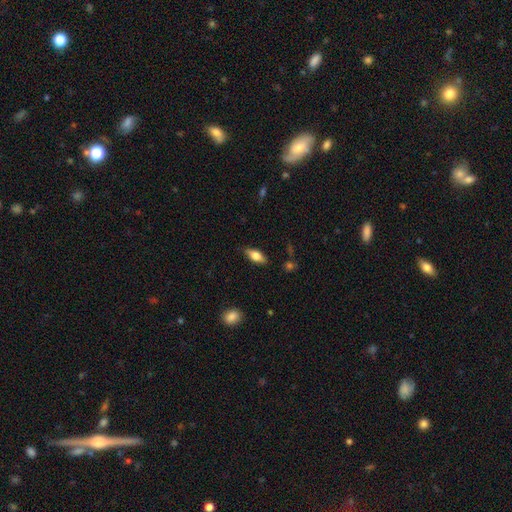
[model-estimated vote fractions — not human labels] Smooth or featured? smooth (69%)
How rounded? in between (79%)
Merging? none (83%)